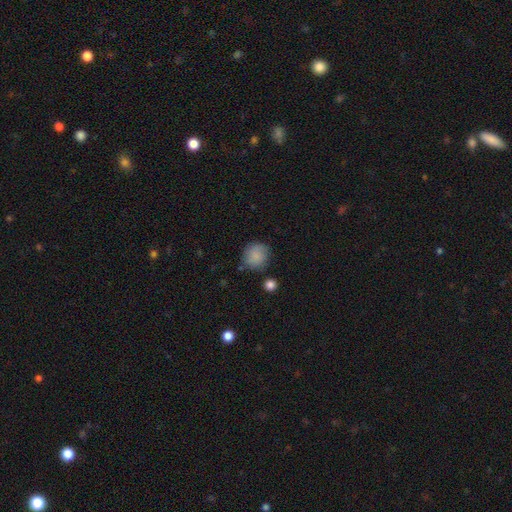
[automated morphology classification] Smooth or featured? Predicted: smooth (p=0.82). How rounded? Predicted: round (p=0.84). Merging? Predicted: none (p=0.72).